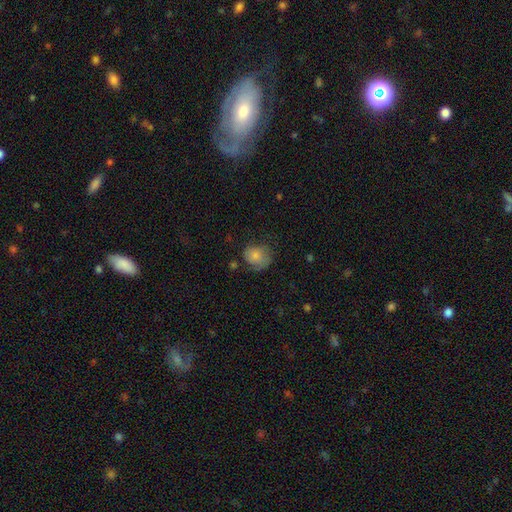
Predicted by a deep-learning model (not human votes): Smooth or featured?
  - smooth: 76% *
  - featured or disk: 15%
  - star or artifact: 9%
How rounded?
  - round: 63% *
  - in between: 36%
  - cigar-shaped: 1%
Merging?
  - none: 49% *
  - minor disturbance: 32%
  - major disturbance: 16%
  - merger: 2%